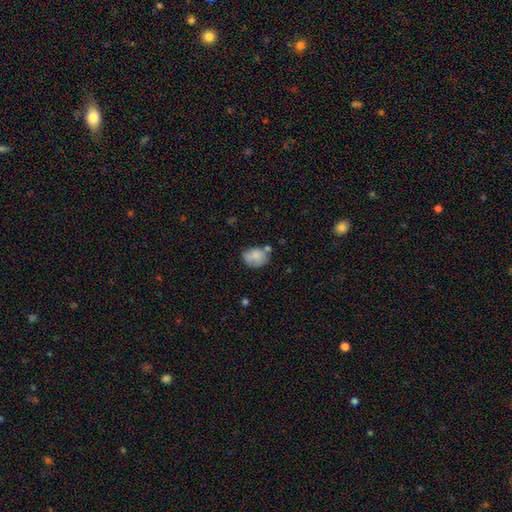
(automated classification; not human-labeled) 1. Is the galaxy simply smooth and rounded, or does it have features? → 77% smooth, 15% featured or disk, 9% star or artifact.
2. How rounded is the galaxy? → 58% in between, 41% round, 1% cigar-shaped.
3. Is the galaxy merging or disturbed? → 49% none, 27% minor disturbance, 14% merger, 9% major disturbance.